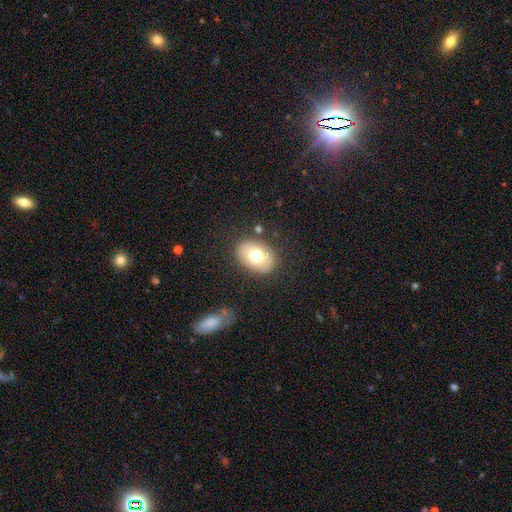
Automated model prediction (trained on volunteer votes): This appears to be a smooth galaxy with no disk features (72%) that is in between round and cigar-shaped (78%). Merging: none (82%).